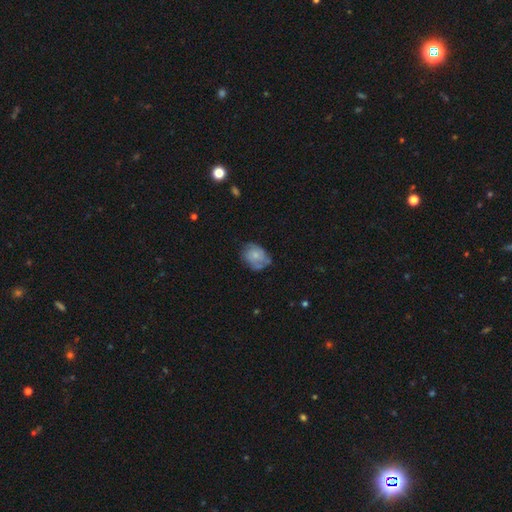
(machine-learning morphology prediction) The model was most divided on "smooth or featured": smooth: 48%, featured or disk: 44%, star or artifact: 7%. More confident: merging — none (54%).